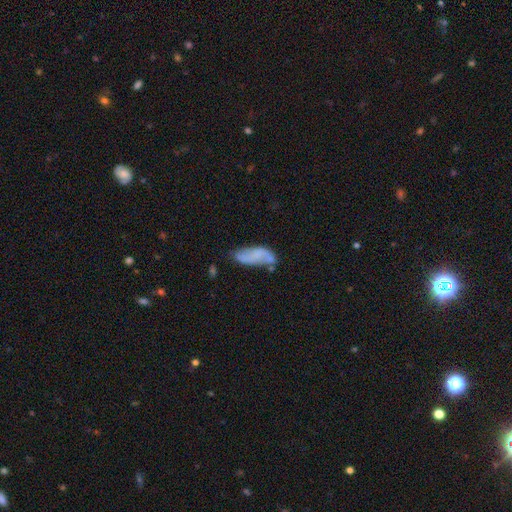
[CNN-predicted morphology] type=smooth (52%); roundness=in between (70%); merging=none (50%).